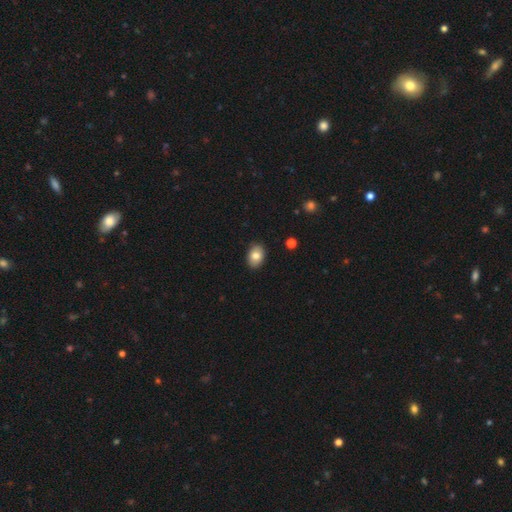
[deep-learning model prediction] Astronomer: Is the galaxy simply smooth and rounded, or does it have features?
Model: smooth — 82%.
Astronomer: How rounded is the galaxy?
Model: in between — 79%.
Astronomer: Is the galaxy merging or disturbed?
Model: none — 88%.